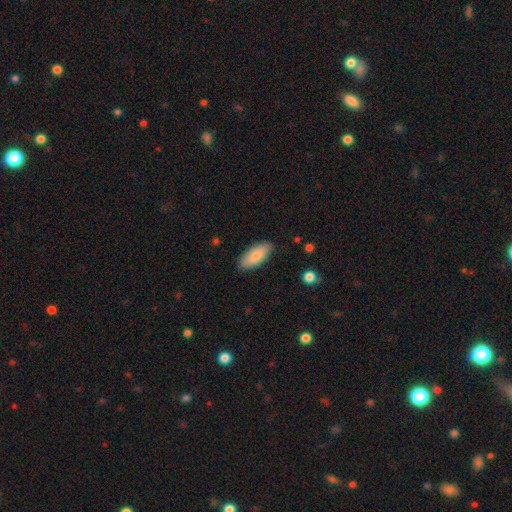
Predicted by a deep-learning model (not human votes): A smooth galaxy with no disk features (84%) that is in between round and cigar-shaped (85%). Merging: none (84%).